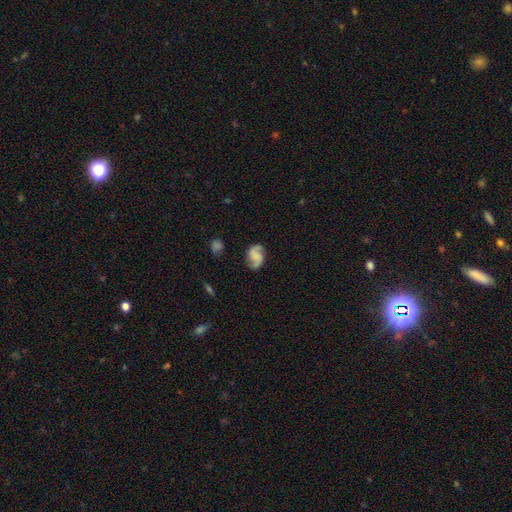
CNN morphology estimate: type=featured or disk (73%); edge-on=no (98%); bar=no (56%); spiral arms=yes (95%); winding=medium (44%); arm count=2 (91%); bulge=none (57%); merging=none (76%).